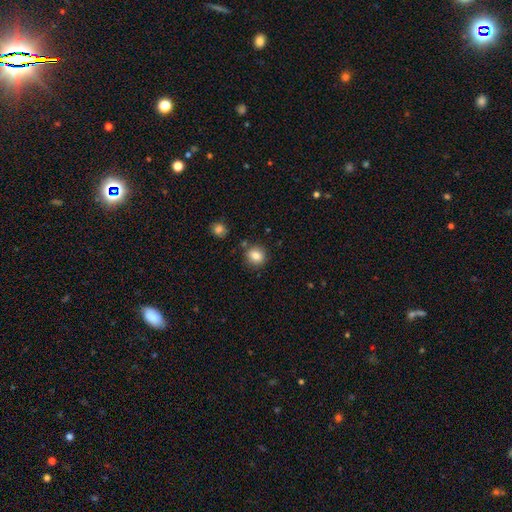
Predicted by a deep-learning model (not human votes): The model was most divided on "how rounded": round: 83%, in between: 16%, cigar-shaped: 1%. More confident: merging — none (84%); smooth or featured — smooth (82%).